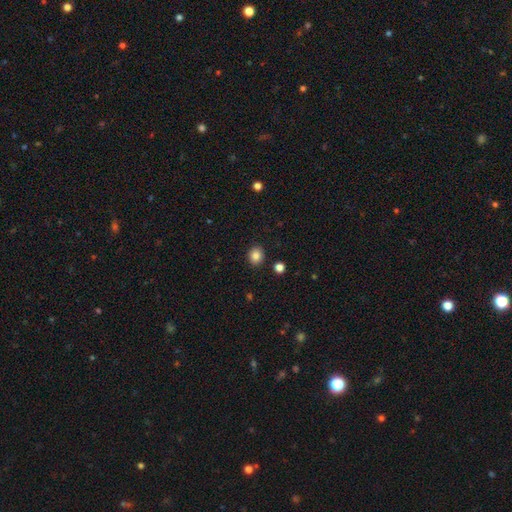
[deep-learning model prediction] The model was most divided on "how rounded": round: 76%, in between: 23%, cigar-shaped: 1%. More confident: merging — none (89%); smooth or featured — smooth (85%).